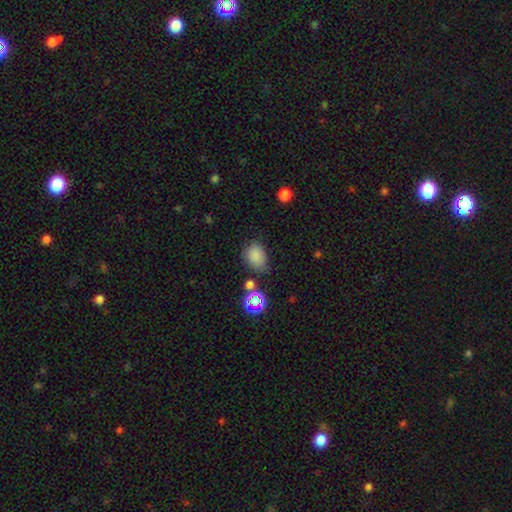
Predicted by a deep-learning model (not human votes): smooth_or_featured: smooth (p=0.79) [alt: star or artifact p=0.15]
how_rounded: in between (p=0.65) [alt: round p=0.34]
merging: none (p=0.65) [alt: minor disturbance p=0.23]